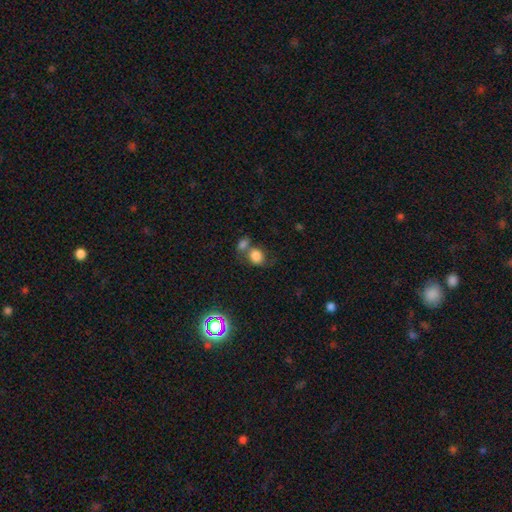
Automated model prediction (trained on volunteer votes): This appears to be a smooth galaxy with no disk features (79%) that is round (57%). Merging: merger (46%).